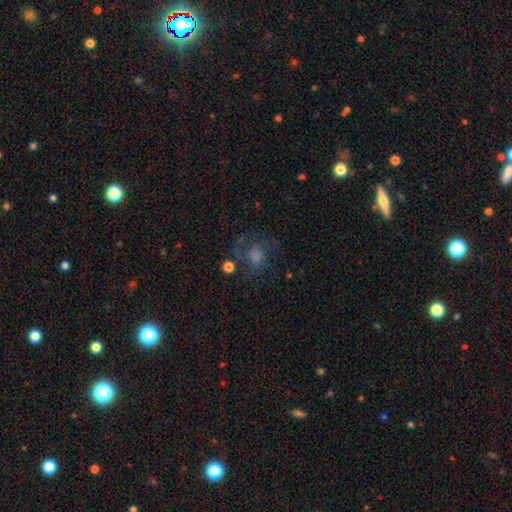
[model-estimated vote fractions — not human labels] Smooth or featured? Predicted: featured or disk (p=0.43). Merging? Predicted: none (p=0.56).